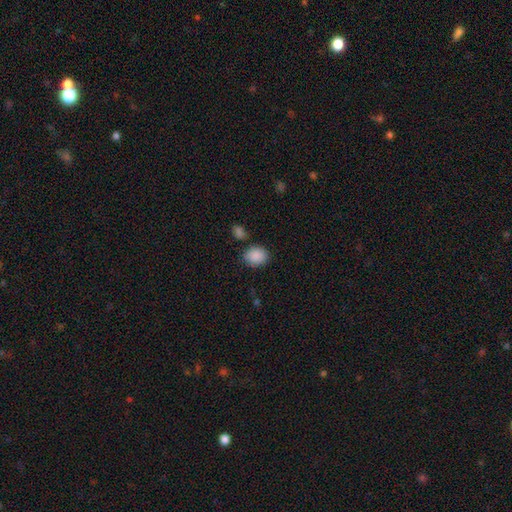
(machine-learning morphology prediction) Smooth or featured?
  - smooth: 89% *
  - star or artifact: 8%
  - featured or disk: 4%
How rounded?
  - round: 53% *
  - in between: 47%
  - cigar-shaped: 1%
Merging?
  - none: 78% *
  - minor disturbance: 13%
  - merger: 6%
  - major disturbance: 3%